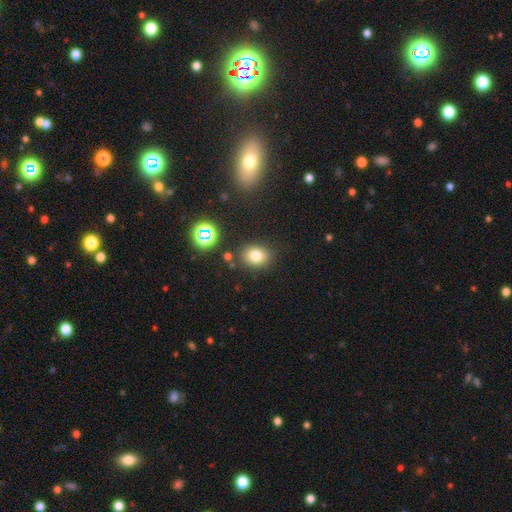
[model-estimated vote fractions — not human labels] smooth_or_featured: smooth (p=0.77) [alt: star or artifact p=0.15]
how_rounded: round (p=0.54) [alt: in between p=0.45]
merging: none (p=0.82) [alt: minor disturbance p=0.10]